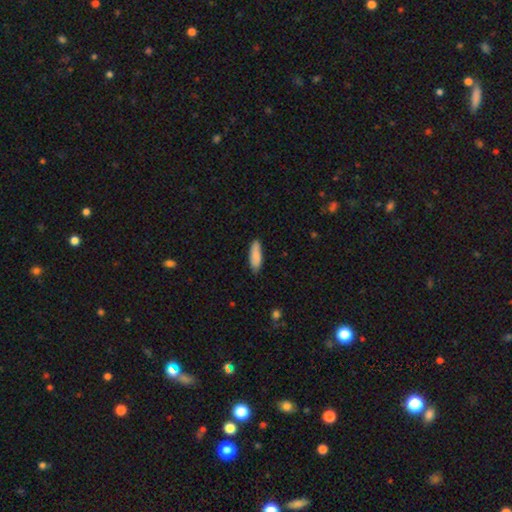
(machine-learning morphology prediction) Smooth or featured?
  - smooth: 87% *
  - featured or disk: 7%
  - star or artifact: 6%
How rounded?
  - in between: 53% *
  - cigar-shaped: 45%
  - round: 2%
Merging?
  - none: 82% *
  - minor disturbance: 15%
  - major disturbance: 2%
  - merger: 1%